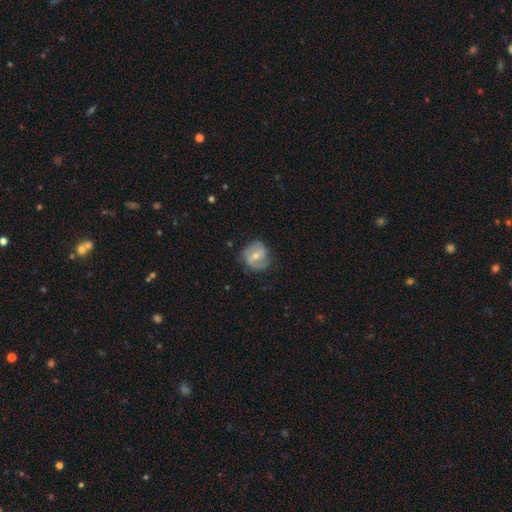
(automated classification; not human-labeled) Smooth or featured? featured or disk (57%)
Edge-on disk? no (97%)
Bar? no (53%)
Spiral arms? yes (80%)
Bulge size? moderate (55%)
Merging? none (73%)